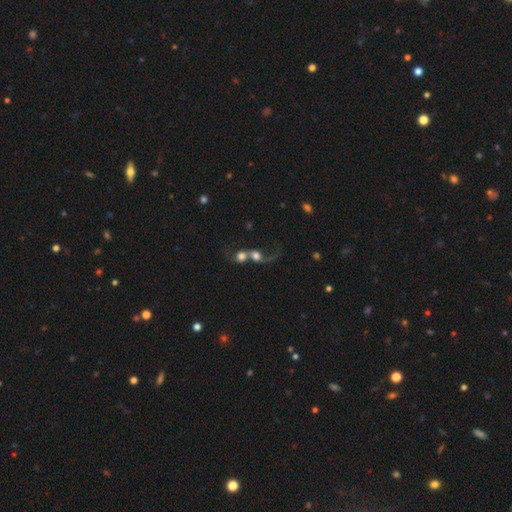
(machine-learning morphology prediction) Smooth or featured?
  - smooth: 49% *
  - featured or disk: 38%
  - star or artifact: 12%
Merging?
  - merger: 78% *
  - major disturbance: 9%
  - none: 9%
  - minor disturbance: 4%